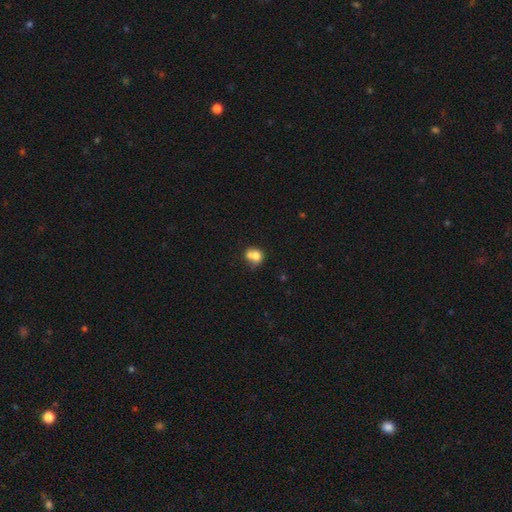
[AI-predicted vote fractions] Morphology: type=smooth (73%); roundness=round (66%); merging=merger (44%).